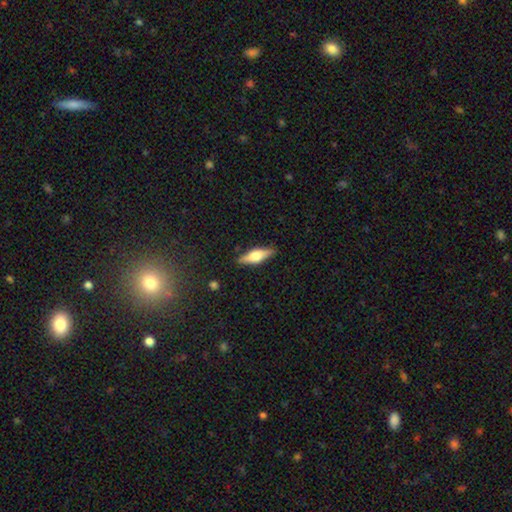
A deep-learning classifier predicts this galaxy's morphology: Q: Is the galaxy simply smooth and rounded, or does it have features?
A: featured or disk — 49%.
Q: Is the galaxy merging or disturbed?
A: none — 87%.